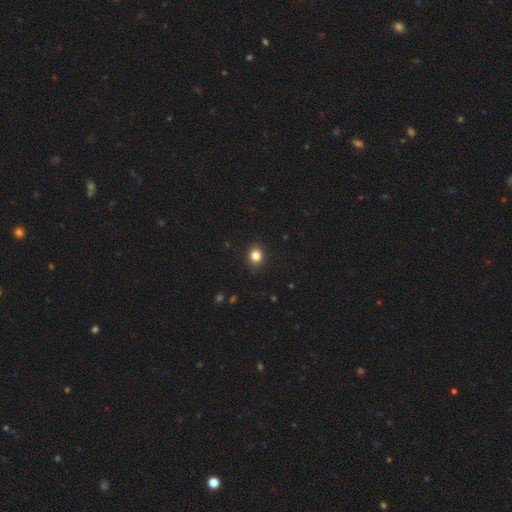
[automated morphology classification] Smooth or featured: smooth — 84% (star or artifact — 11%)
How rounded: round — 59% (in between — 40%)
Merging: none — 87% (minor disturbance — 10%)